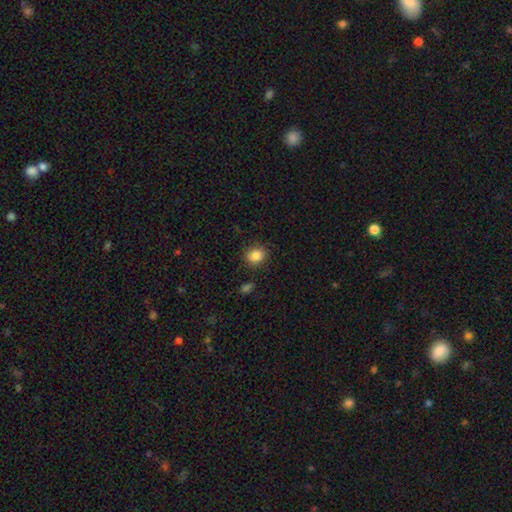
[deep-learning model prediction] Smooth or featured? smooth (86%)
How rounded? round (70%)
Merging? none (86%)